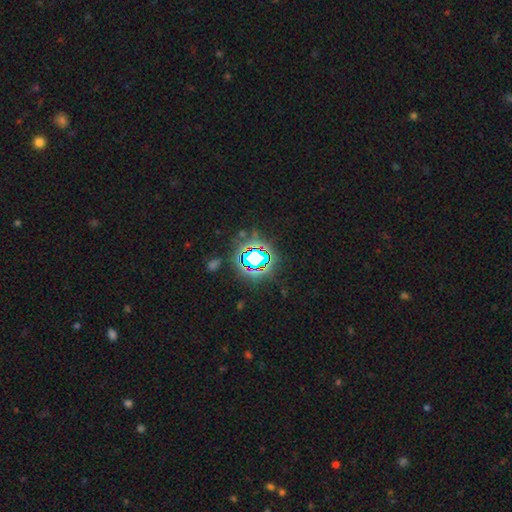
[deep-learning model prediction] A star or artifact, not a galaxy (78%).